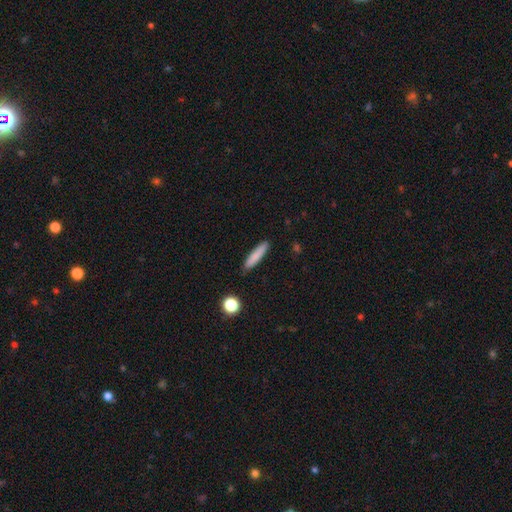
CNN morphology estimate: type=smooth (82%); roundness=cigar-shaped (86%); merging=none (87%).